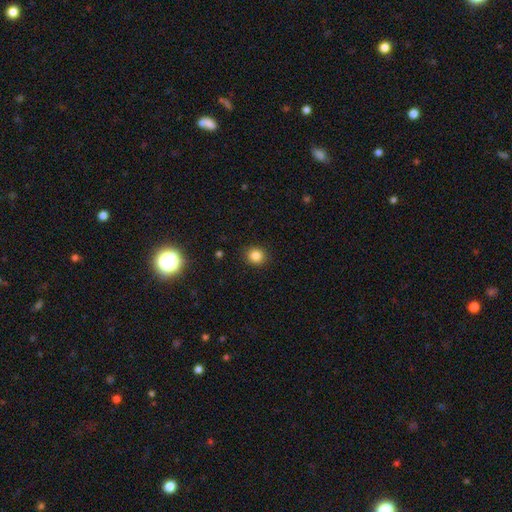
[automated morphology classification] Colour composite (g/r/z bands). It shows a smooth galaxy with no disk features (84%) that is round (85%). Merging: none (91%).